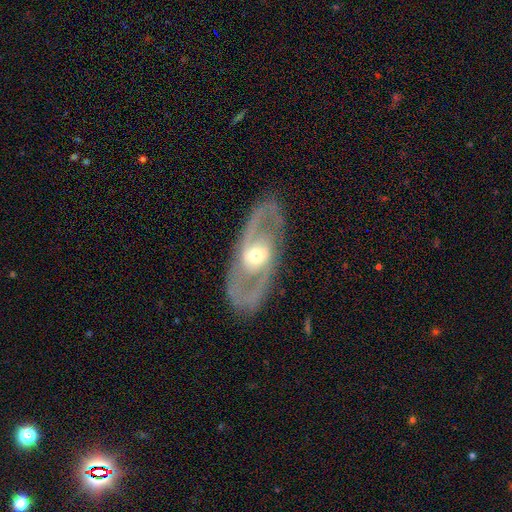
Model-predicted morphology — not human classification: Smooth or featured? featured or disk (86%)
Edge-on disk? no (92%)
Bar? no (50%)
Spiral arms? yes (85%)
Spiral winding? medium (53%)
Spiral arm count? 2 (89%)
Bulge size? moderate (55%)
Merging? none (85%)